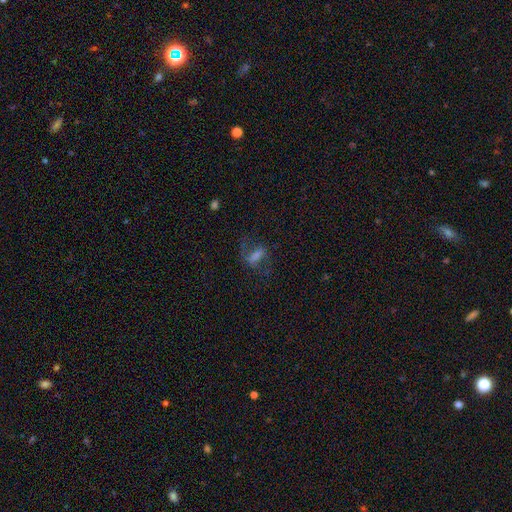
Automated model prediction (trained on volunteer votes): This is possibly a featured or disk galaxy (48%). Merging: likely none (63%).